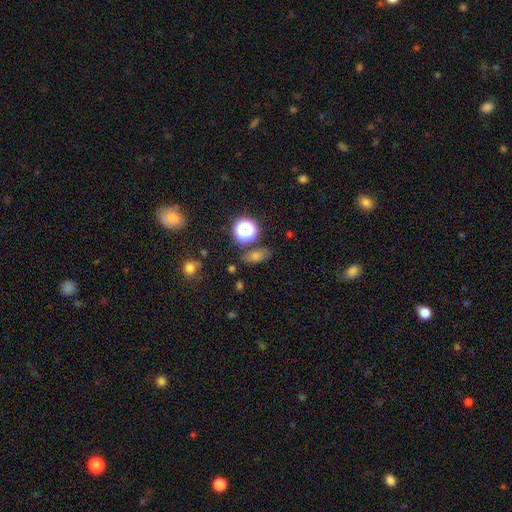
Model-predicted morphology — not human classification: Overall: smooth (48%; star or artifact 38%). Merging: none (78%).